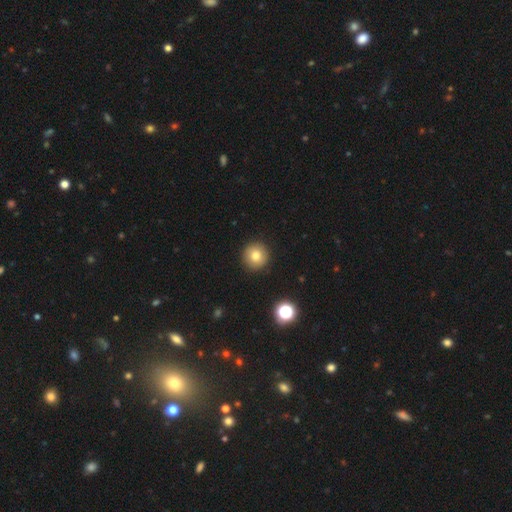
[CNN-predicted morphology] This appears to be a smooth galaxy with no disk features (79%) that is round (95%). Merging: none (92%).